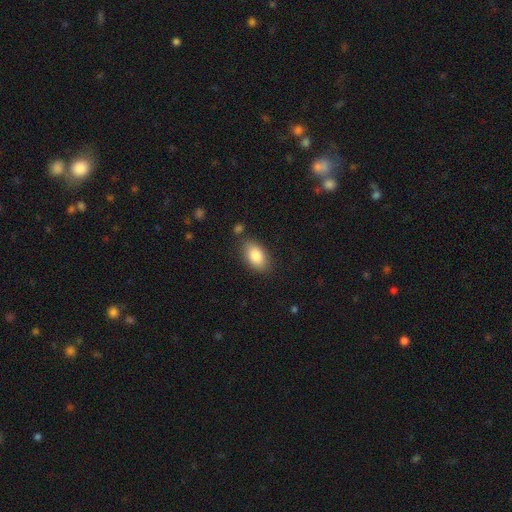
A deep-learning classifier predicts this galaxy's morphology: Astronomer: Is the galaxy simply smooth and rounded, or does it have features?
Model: smooth — 85%.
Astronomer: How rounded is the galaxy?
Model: in between — 92%.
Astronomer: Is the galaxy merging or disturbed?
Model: none — 81%.